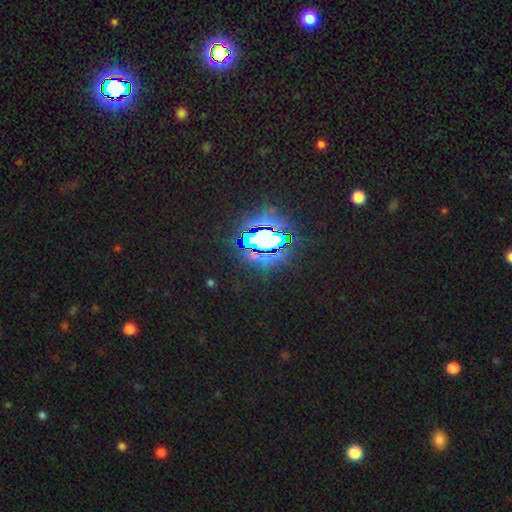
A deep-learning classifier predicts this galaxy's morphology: The model was most divided on "smooth or featured": star or artifact: 83%, smooth: 10%, featured or disk: 7%.